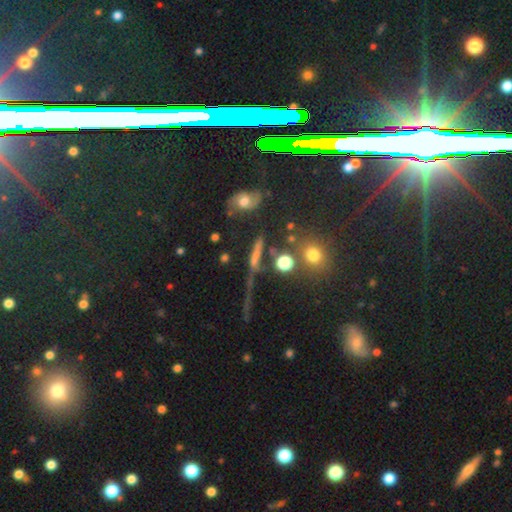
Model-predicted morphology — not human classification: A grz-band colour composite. It shows a smooth galaxy with no disk features (49%). Merging: none (48%).